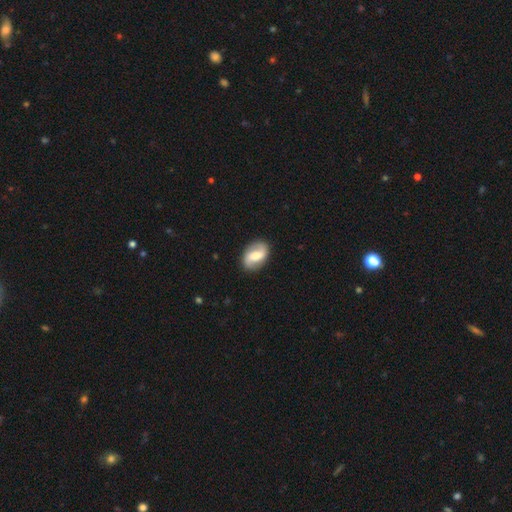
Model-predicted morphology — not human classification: Q: Smooth or featured?
A: featured or disk (66%); runner-up: smooth (28%)
Q: Edge-on disk?
A: no (97%); runner-up: yes (3%)
Q: Bar?
A: weak (44%); runner-up: strong (32%)
Q: Spiral arms?
A: yes (87%); runner-up: no (13%)
Q: Spiral winding?
A: loose (53%); runner-up: medium (32%)
Q: Spiral arm count?
A: 2 (91%); runner-up: can't tell (4%)
Q: Bulge size?
A: moderate (54%); runner-up: small (20%)
Q: Merging?
A: none (86%); runner-up: minor disturbance (10%)